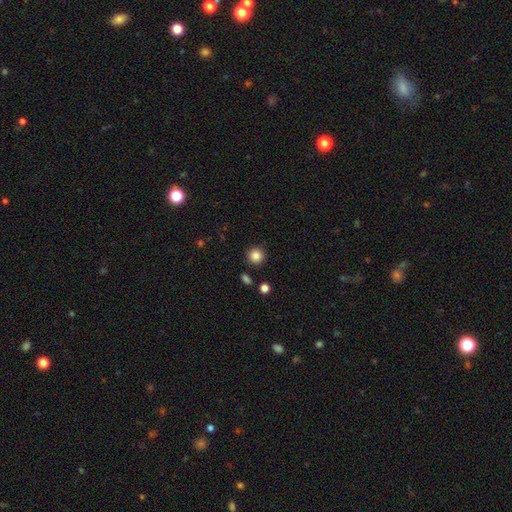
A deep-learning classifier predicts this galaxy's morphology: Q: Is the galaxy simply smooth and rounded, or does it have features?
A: smooth — 86%.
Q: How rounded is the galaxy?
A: round — 95%.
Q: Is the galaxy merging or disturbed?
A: none — 89%.